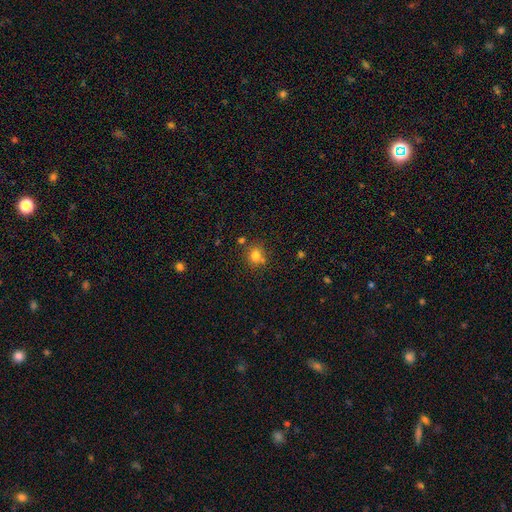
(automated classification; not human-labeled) This is likely a smooth galaxy (77%). How rounded: clearly round (82%). Merging: likely none (70%).